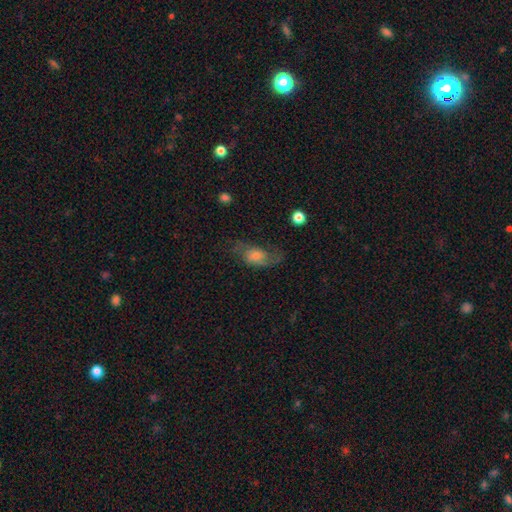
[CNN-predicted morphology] Overall: featured or disk (50%; smooth 38%). Edge-on disk: no (90%). Merging: none (56%; minor disturbance 23%).